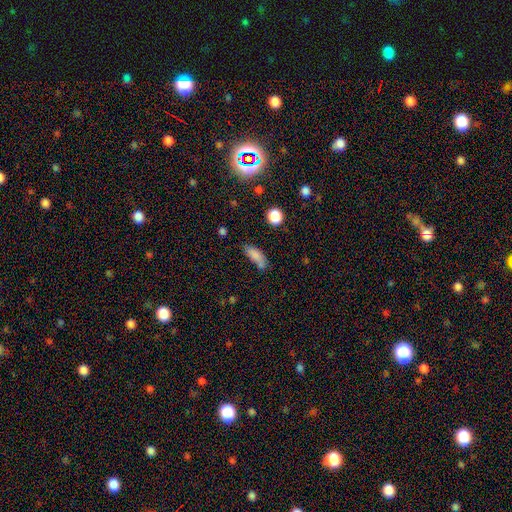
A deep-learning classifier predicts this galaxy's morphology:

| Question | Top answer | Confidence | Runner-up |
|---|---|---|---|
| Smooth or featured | smooth | 81% | star or artifact (10%) |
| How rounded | in between | 71% | cigar-shaped (26%) |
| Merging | none | 54% | minor disturbance (27%) |